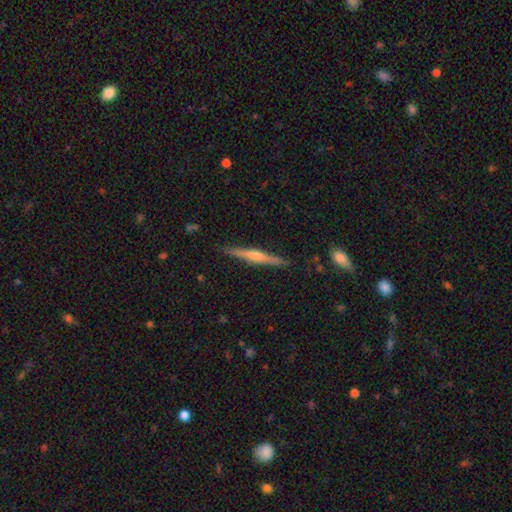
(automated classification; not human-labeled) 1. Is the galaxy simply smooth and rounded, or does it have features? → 68% featured or disk, 26% smooth, 6% star or artifact.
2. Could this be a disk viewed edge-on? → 98% yes, 2% no.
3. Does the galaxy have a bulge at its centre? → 80% rounded, 13% none, 8% boxy.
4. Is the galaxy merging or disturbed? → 88% none, 9% minor disturbance, 2% major disturbance, 1% merger.